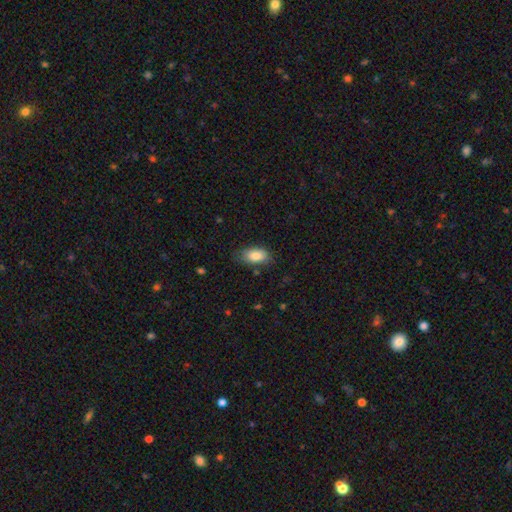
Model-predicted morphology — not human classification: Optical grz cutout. It shows a smooth galaxy with no disk features (85%) that is in between round and cigar-shaped (92%). Merging: none (73%).